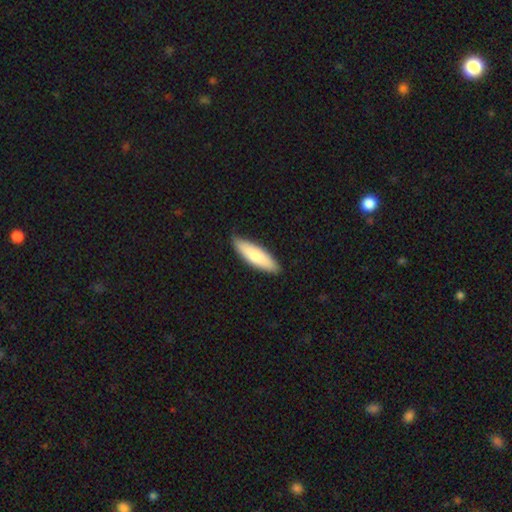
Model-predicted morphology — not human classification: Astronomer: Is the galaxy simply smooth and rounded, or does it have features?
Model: smooth — 79%.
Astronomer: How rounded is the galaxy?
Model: cigar-shaped — 54% (runner-up: in between, 44%).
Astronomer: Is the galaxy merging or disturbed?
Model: none — 84%.